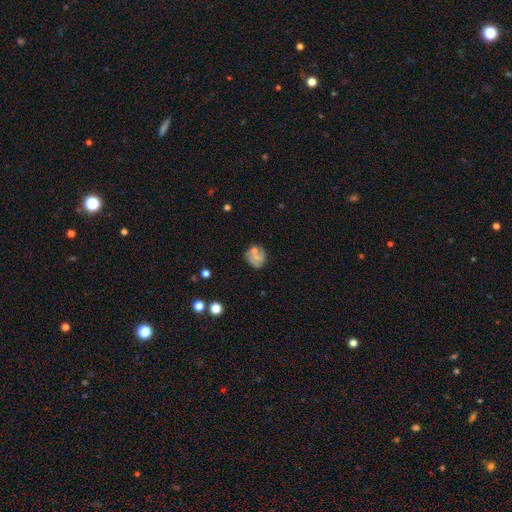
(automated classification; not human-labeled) smooth 51%, featured or disk 39%, star or artifact 10%. Down the decision tree: how rounded — round (77%); merging — none (56%).